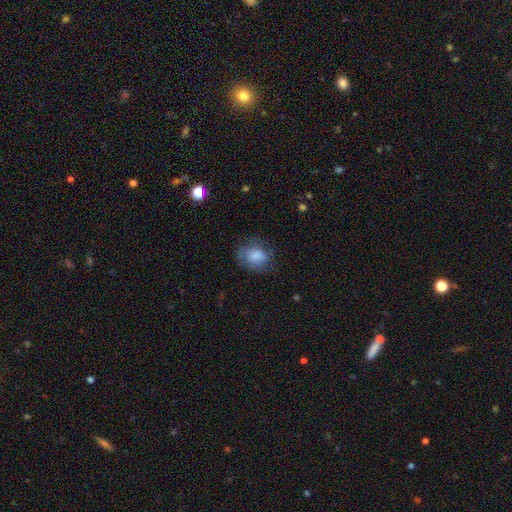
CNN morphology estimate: The model was most divided on "how rounded": in between: 50%, round: 49%, cigar-shaped: 1%. More confident: smooth or featured — smooth (77%); merging — none (60%).